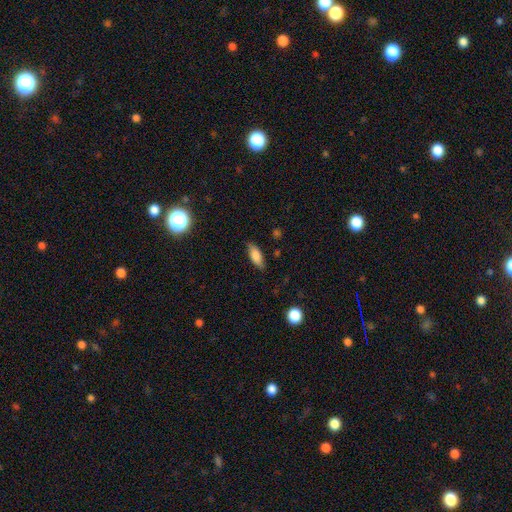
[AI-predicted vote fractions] A smooth galaxy with no disk features (78%) that is in between round and cigar-shaped (75%).

Vote fractions:
- Smooth or featured? smooth: 78% / featured or disk: 14% / star or artifact: 8%
- How rounded? in between: 75% / cigar-shaped: 23% / round: 3%
- Merging? none: 80% / minor disturbance: 15% / major disturbance: 3% / merger: 1%